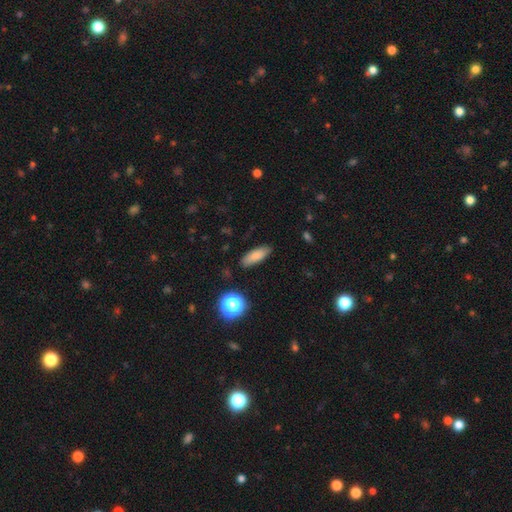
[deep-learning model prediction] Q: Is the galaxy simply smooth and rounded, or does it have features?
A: smooth — 81%.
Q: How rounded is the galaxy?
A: in between — 63%.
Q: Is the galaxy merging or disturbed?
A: none — 84%.